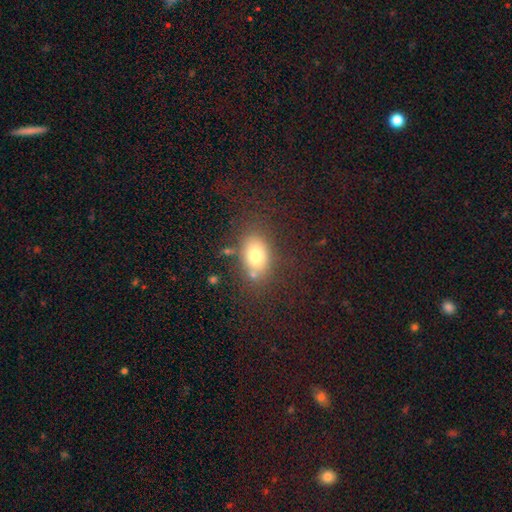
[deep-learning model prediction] Smooth or featured? Predicted: smooth (p=0.74). How rounded? Predicted: in between (p=0.76). Merging? Predicted: none (p=0.71).